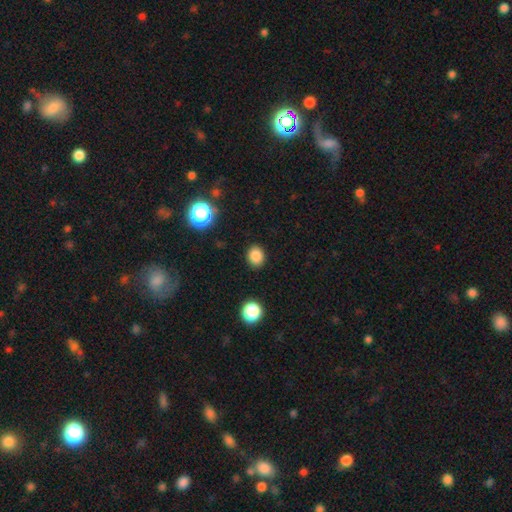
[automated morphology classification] smooth 84%, star or artifact 12%, featured or disk 4%. Down the decision tree: how rounded — round (66%); merging — none (89%).